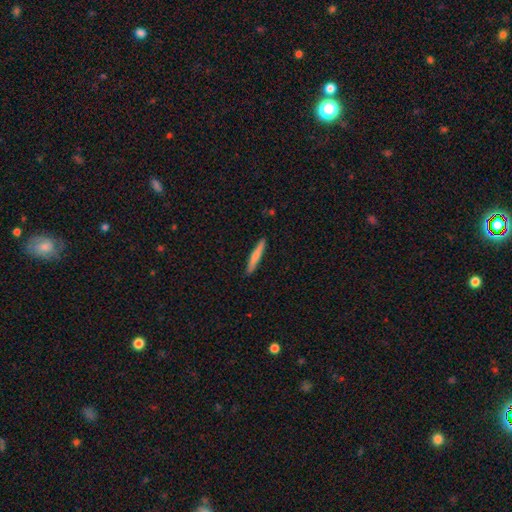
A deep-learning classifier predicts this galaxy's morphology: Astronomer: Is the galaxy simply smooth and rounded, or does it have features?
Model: smooth — 71%.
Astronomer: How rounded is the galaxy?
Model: cigar-shaped — 95%.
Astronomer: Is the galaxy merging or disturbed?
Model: none — 91%.